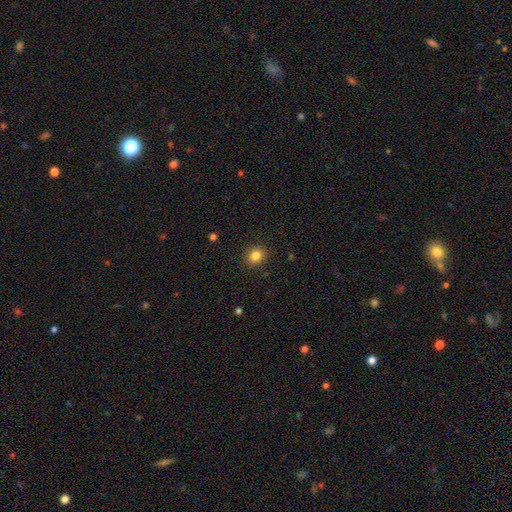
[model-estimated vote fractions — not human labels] smooth 84%, star or artifact 11%, featured or disk 5%. Down the decision tree: how rounded — round (78%); merging — none (90%).